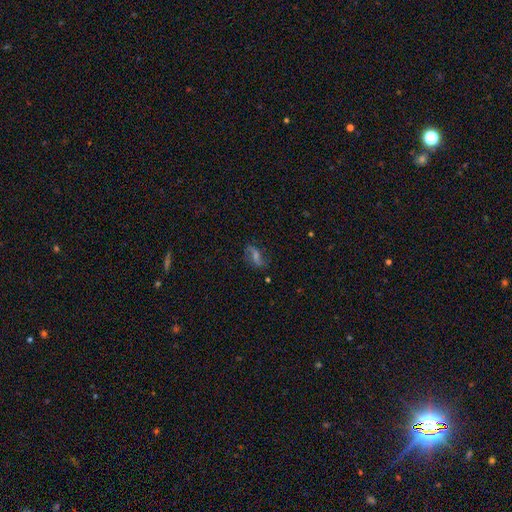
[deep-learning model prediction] This appears to be a featured or disk galaxy (62%) with a weak bar (41%), spiral arms (87%) and a moderate central bulge (39%, tied with small). Merging: none (78%).